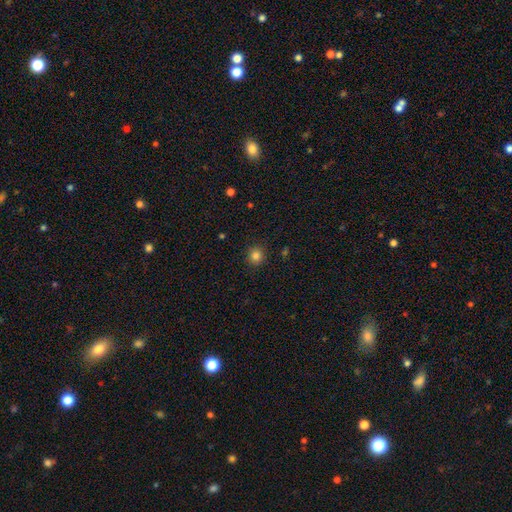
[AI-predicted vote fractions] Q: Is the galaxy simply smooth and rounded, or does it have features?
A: smooth — 83%.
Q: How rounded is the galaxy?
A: round — 90%.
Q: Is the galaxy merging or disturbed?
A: none — 91%.